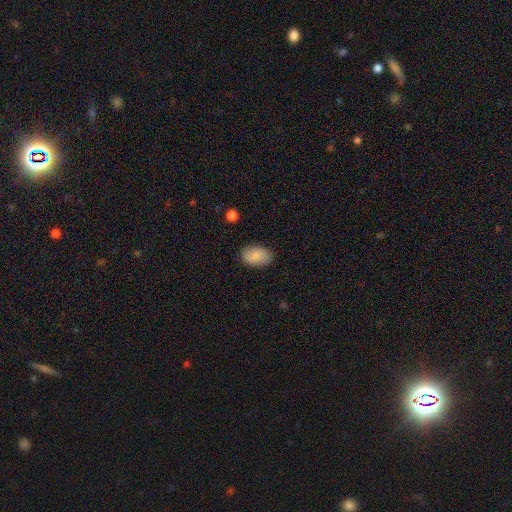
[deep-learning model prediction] Smooth or featured: smooth — 78% (featured or disk — 15%)
How rounded: in between — 91% (round — 8%)
Merging: none — 83% (minor disturbance — 13%)